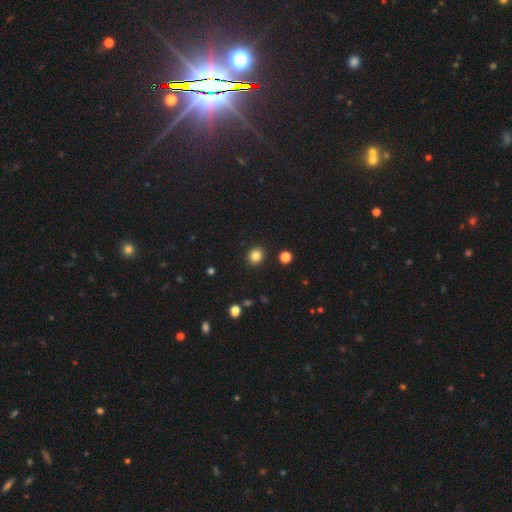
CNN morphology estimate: This is clearly a smooth galaxy (83%). How rounded: clearly round (88%). Merging: clearly none (92%).